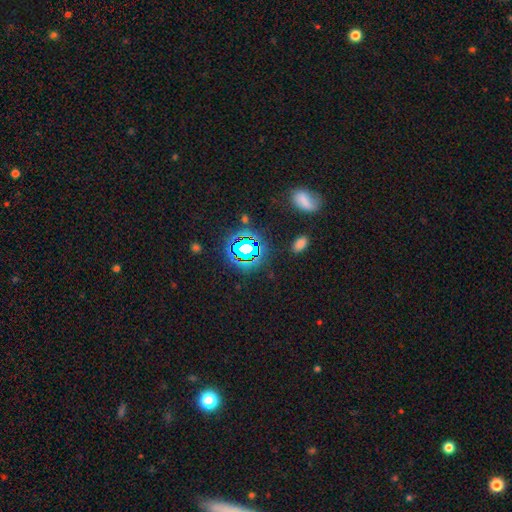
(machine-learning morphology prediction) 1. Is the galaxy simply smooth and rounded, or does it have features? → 70% star or artifact, 20% smooth, 10% featured or disk.